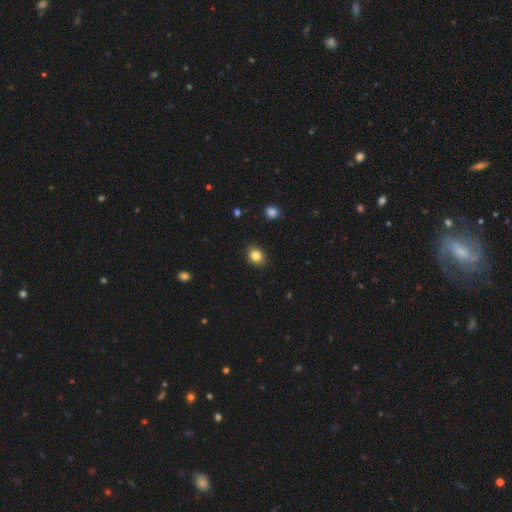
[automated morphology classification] Overall: smooth (83%). How rounded: round (52%; in between 47%). Merging: none (88%).